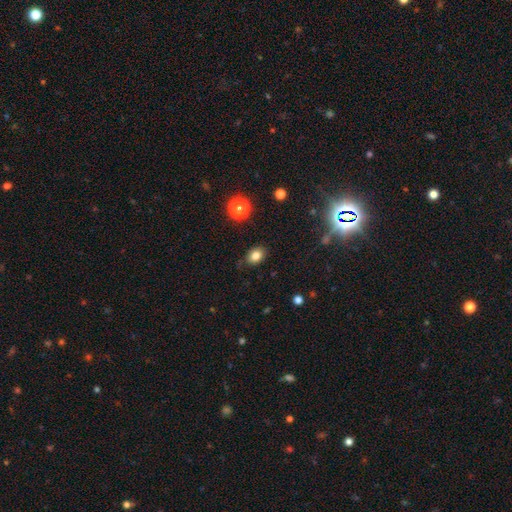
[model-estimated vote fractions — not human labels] A smooth galaxy with no disk features (82%) that is in between round and cigar-shaped (67%). Merging: none (83%).